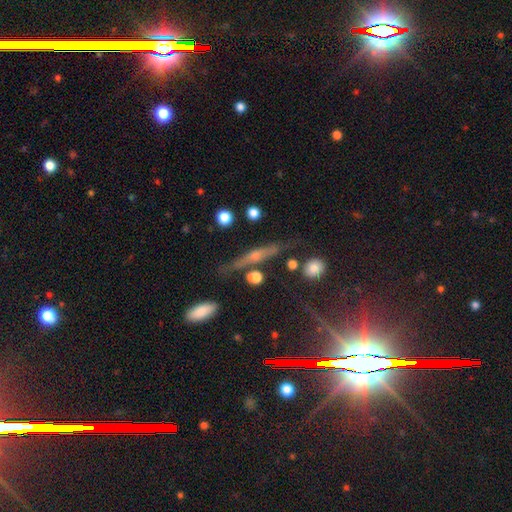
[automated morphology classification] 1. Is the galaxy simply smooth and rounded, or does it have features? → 63% featured or disk, 23% smooth, 14% star or artifact.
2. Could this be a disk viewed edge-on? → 91% yes, 9% no.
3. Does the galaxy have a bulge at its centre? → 77% rounded, 14% none, 10% boxy.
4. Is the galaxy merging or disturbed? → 76% none, 15% minor disturbance, 5% merger, 4% major disturbance.